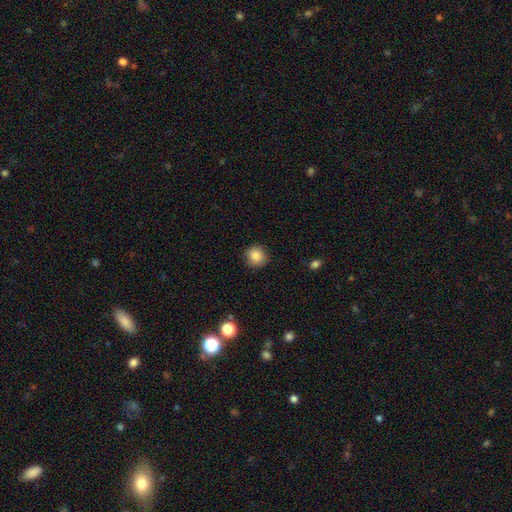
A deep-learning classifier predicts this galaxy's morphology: The model was most divided on "smooth or featured": smooth: 86%, star or artifact: 9%, featured or disk: 5%. More confident: how rounded — round (90%); merging — none (88%).